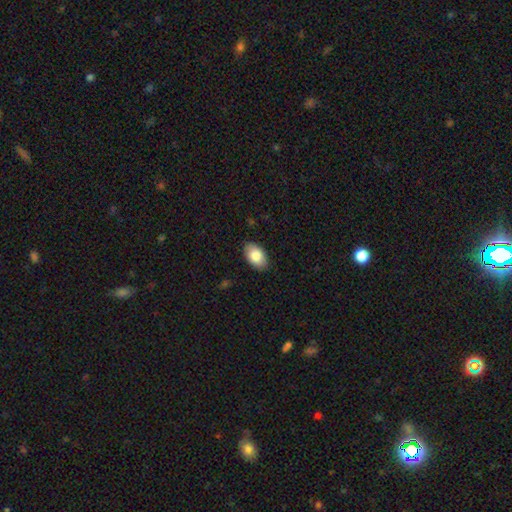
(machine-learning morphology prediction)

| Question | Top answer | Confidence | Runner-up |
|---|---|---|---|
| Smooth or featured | smooth | 85% | featured or disk (9%) |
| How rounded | in between | 93% | round (6%) |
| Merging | none | 88% | minor disturbance (9%) |